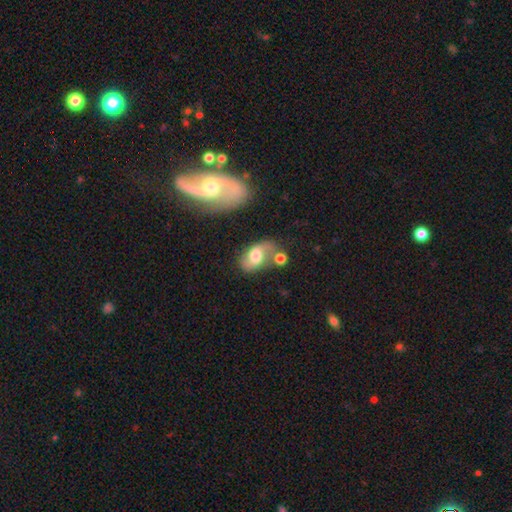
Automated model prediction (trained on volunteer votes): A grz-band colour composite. It shows a featured or disk galaxy (55%) with no bar (48%), spiral arms (82%) and a moderate central bulge (57%). Merging: none (50%).